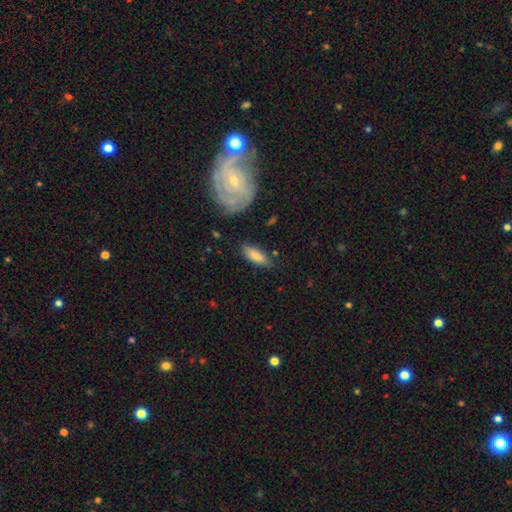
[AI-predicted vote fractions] Smooth or featured? smooth (81%)
How rounded? in between (65%)
Merging? none (78%)